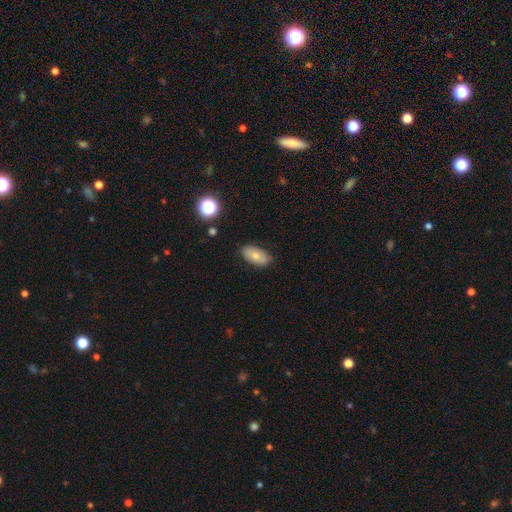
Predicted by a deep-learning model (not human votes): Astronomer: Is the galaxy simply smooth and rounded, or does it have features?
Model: smooth — 69%.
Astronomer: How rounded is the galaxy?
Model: in between — 92%.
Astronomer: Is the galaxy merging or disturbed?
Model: none — 84%.